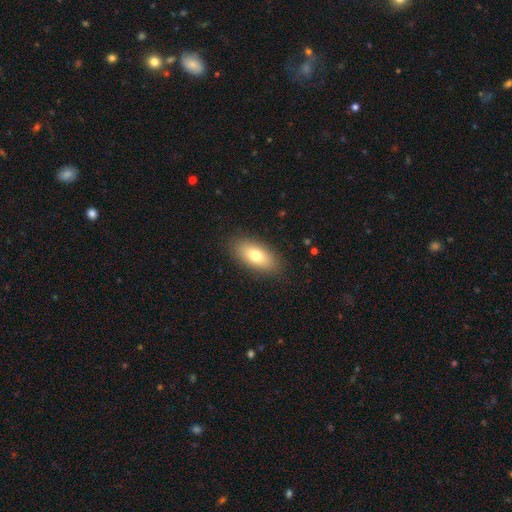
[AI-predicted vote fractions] Morphology: type=smooth (75%); roundness=in between (88%); merging=none (88%).